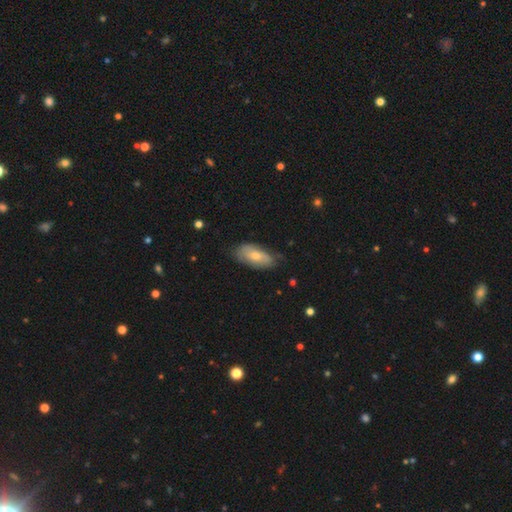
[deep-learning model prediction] A smooth galaxy with no disk features (62%) that is in between round and cigar-shaped (89%). Merging: none (69%).